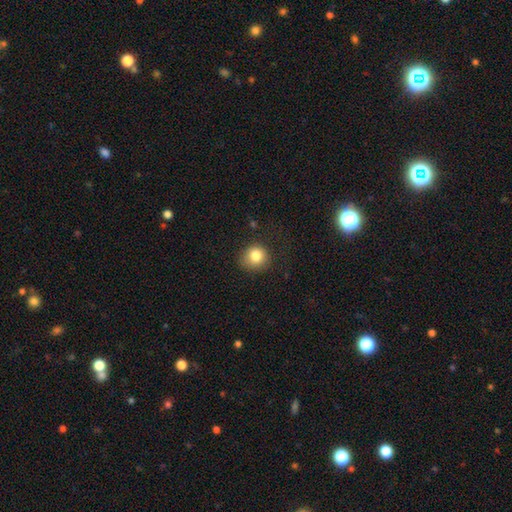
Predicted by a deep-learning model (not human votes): Overall: smooth (83%). How rounded: round (84%). Merging: none (76%).